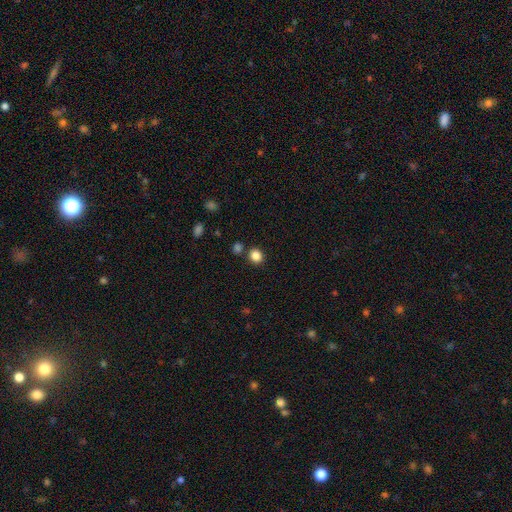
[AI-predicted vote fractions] Q: Smooth or featured?
A: smooth (85%); runner-up: star or artifact (11%)
Q: How rounded?
A: round (73%); runner-up: in between (26%)
Q: Merging?
A: none (81%); runner-up: minor disturbance (8%)